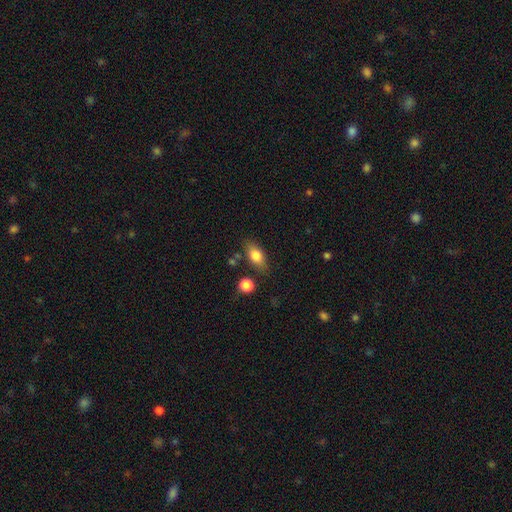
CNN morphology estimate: The model was most divided on "merging": none: 76%, minor disturbance: 15%, merger: 5%, major disturbance: 4%. More confident: how rounded — in between (82%); smooth or featured — smooth (77%).